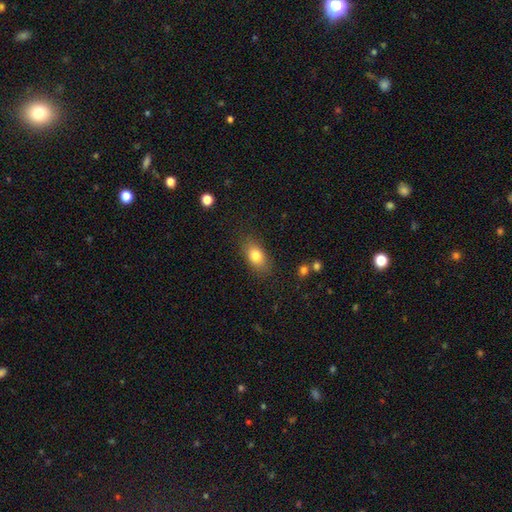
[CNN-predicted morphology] smooth_or_featured: smooth (p=0.81) [alt: featured or disk p=0.11]
how_rounded: in between (p=0.83) [alt: round p=0.12]
merging: none (p=0.83) [alt: minor disturbance p=0.12]